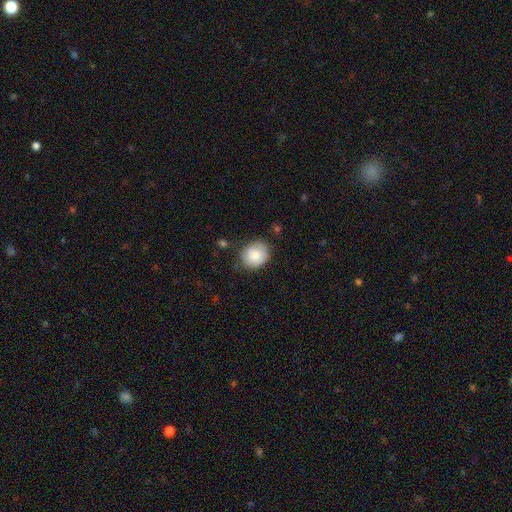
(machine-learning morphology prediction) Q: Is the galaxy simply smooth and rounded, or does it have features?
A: smooth — 83%.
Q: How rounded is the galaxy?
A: round — 68%.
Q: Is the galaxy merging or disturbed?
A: none — 76%.